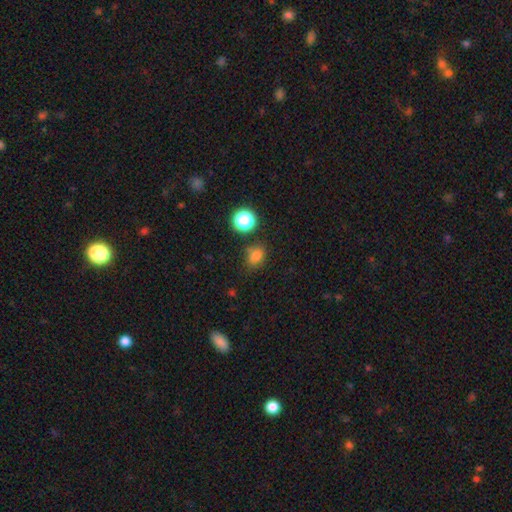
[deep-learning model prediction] Morphology: type=smooth (77%); roundness=round (50%); merging=none (72%).